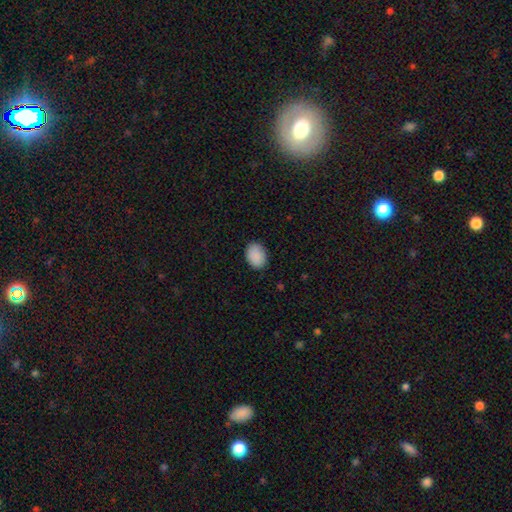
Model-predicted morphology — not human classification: Smooth or featured: smooth — 90% (star or artifact — 7%)
How rounded: in between — 75% (round — 24%)
Merging: none — 86% (minor disturbance — 11%)